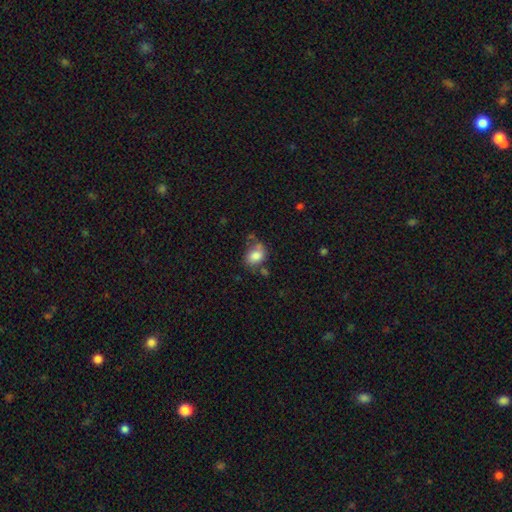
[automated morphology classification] smooth 77%, featured or disk 14%, star or artifact 9%. Down the decision tree: how rounded — in between (61%); merging — none (48%).